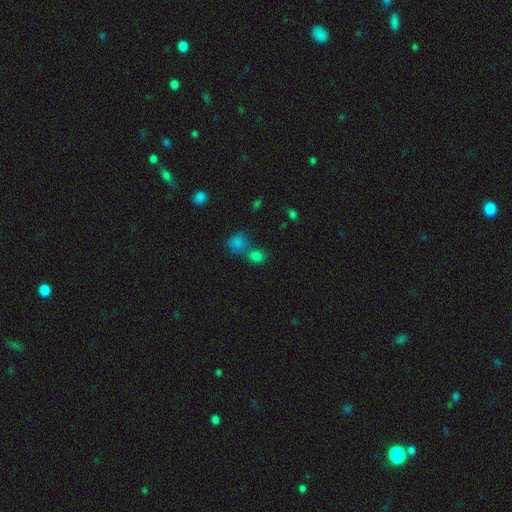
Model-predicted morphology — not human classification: A smooth galaxy with no disk features (80%) that is round (71%). Merging: none (45%).